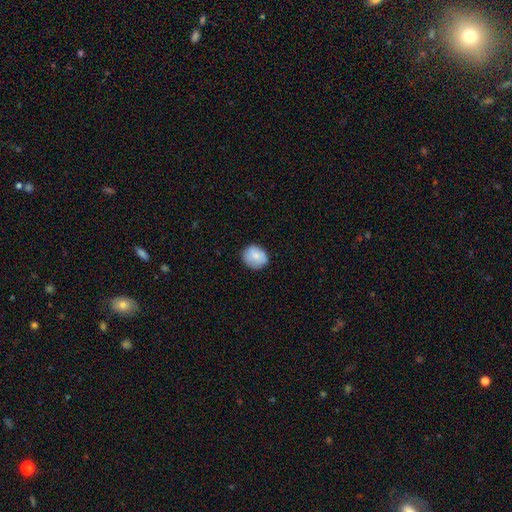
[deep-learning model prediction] Smooth or featured? smooth (81%)
How rounded? round (72%)
Merging? none (79%)